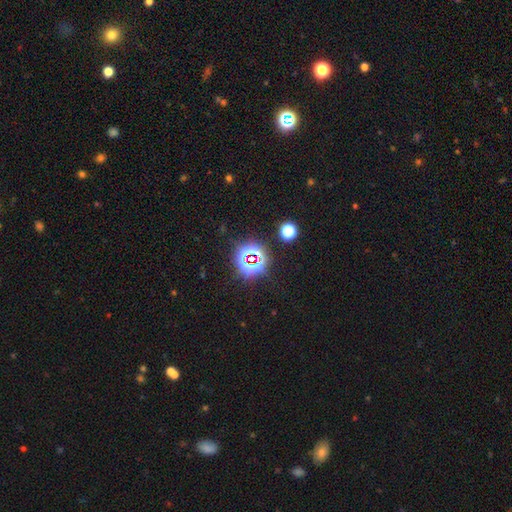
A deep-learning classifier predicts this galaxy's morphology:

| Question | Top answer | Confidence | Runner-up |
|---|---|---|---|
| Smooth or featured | star or artifact | 76% | smooth (16%) |